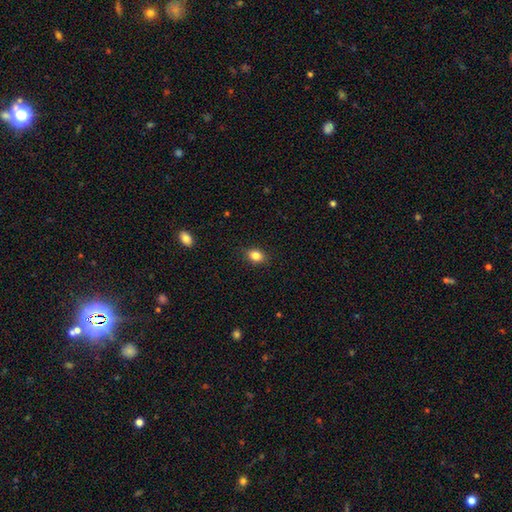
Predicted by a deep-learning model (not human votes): This is clearly a smooth galaxy (84%). How rounded: likely in between (67%). Merging: clearly none (88%).